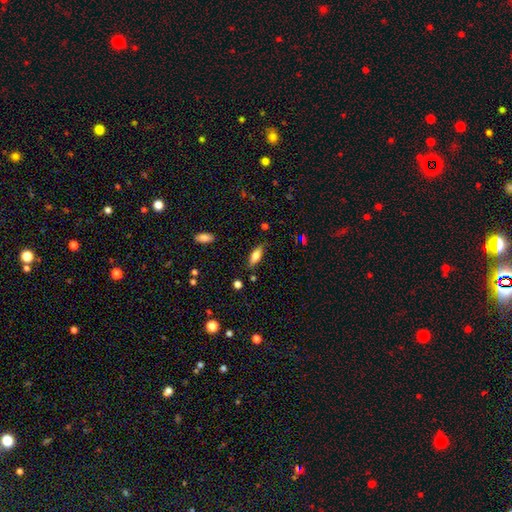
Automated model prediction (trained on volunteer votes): Morphology: type=smooth (74%); roundness=in between (70%); merging=none (80%).